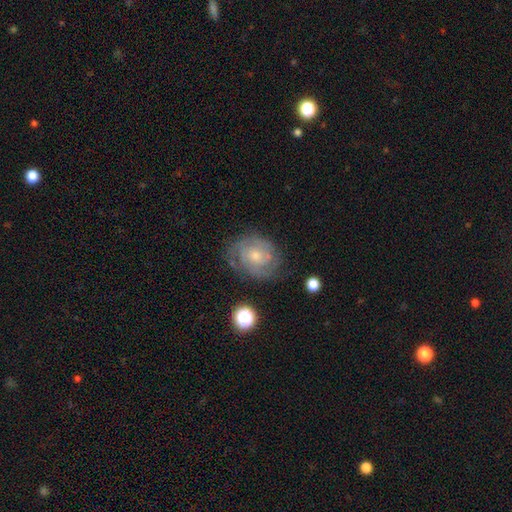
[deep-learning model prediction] smooth_or_featured: featured or disk (p=0.73) [alt: smooth p=0.19]
disk_edge_on: no (p=0.97) [alt: yes p=0.03]
bar: no (p=0.75) [alt: weak p=0.22]
has_spiral_arms: yes (p=0.89) [alt: no p=0.11]
spiral_winding: tight (p=0.64) [alt: medium p=0.29]
spiral_arm_count: can't tell (p=0.39) [alt: 2 p=0.32]
bulge_size: small (p=0.53) [alt: moderate p=0.40]
merging: none (p=0.69) [alt: minor disturbance p=0.21]